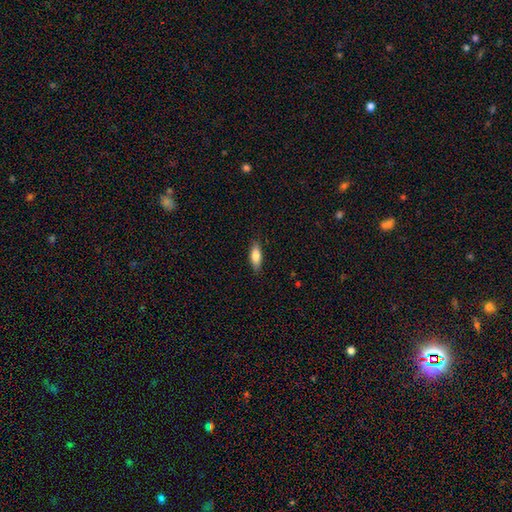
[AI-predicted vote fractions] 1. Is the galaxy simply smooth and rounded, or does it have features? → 81% smooth, 13% featured or disk, 6% star or artifact.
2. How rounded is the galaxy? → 65% in between, 33% cigar-shaped, 2% round.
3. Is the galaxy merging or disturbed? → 86% none, 11% minor disturbance, 2% major disturbance, 1% merger.